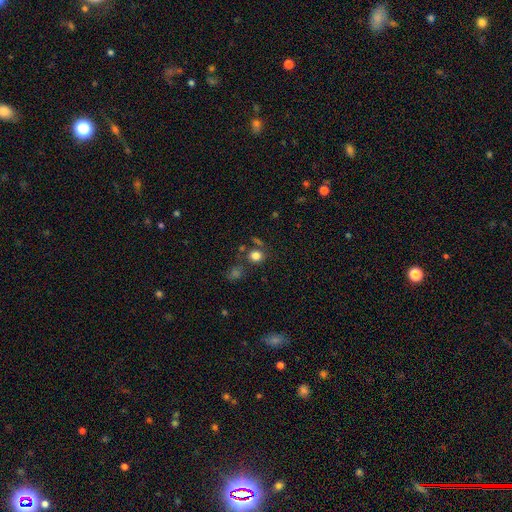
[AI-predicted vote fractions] Smooth or featured?
  - smooth: 78% *
  - star or artifact: 15%
  - featured or disk: 7%
How rounded?
  - round: 76% *
  - in between: 23%
  - cigar-shaped: 1%
Merging?
  - none: 71% *
  - minor disturbance: 12%
  - merger: 12%
  - major disturbance: 6%